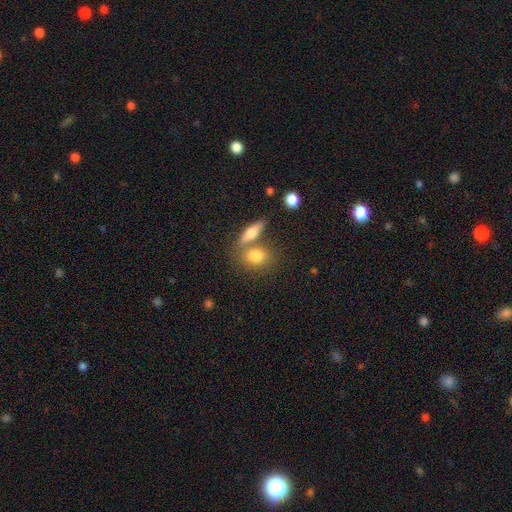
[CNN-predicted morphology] smooth 76%, featured or disk 16%, star or artifact 8%. Down the decision tree: how rounded — in between (56%); merging — none (52%).